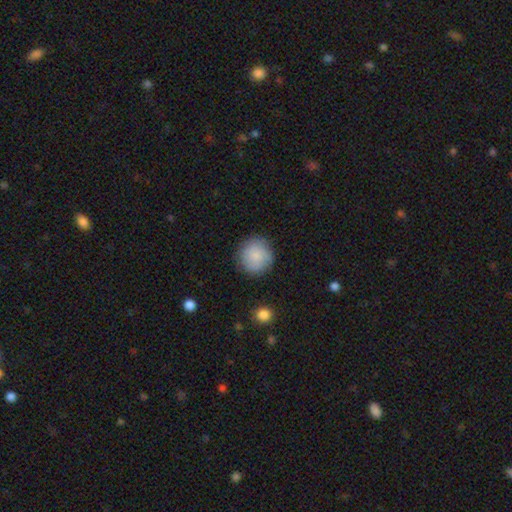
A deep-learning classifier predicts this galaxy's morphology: Q: Smooth or featured?
A: smooth (84%); runner-up: featured or disk (10%)
Q: How rounded?
A: round (94%); runner-up: in between (5%)
Q: Merging?
A: none (84%); runner-up: minor disturbance (11%)